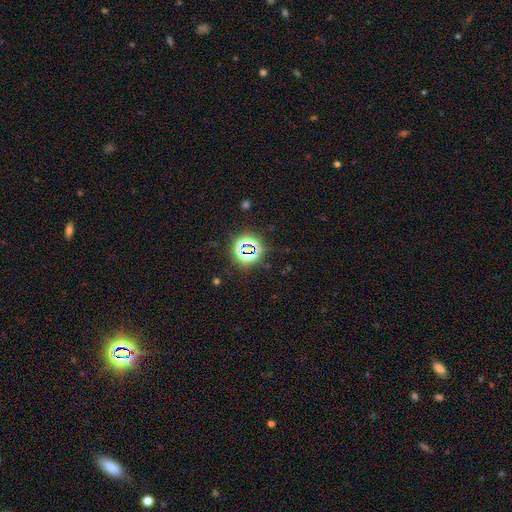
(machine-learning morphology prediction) smooth-or-featured: star or artifact: 78% | smooth: 15% | featured or disk: 8%